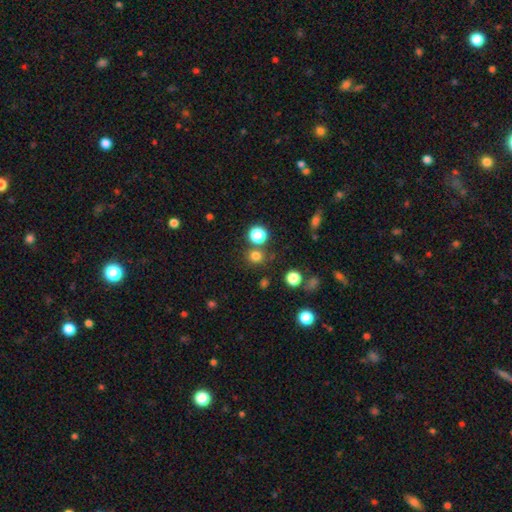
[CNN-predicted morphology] A smooth galaxy with no disk features (75%) that is round (88%).

Vote fractions:
- Smooth or featured? smooth: 75% / star or artifact: 20% / featured or disk: 5%
- How rounded? round: 88% / in between: 11% / cigar-shaped: 1%
- Merging? none: 79% / merger: 10% / minor disturbance: 8% / major disturbance: 4%